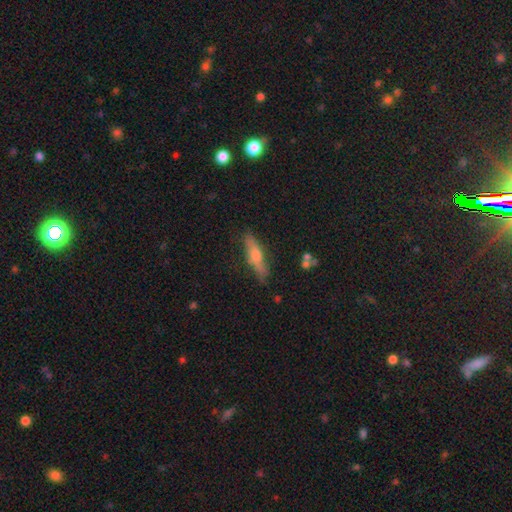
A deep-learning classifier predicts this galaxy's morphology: A smooth galaxy with no disk features (50%) that is cigar-shaped (77%). Merging: none (79%).